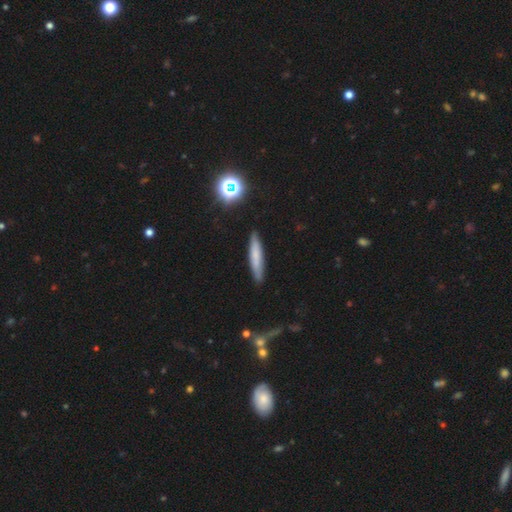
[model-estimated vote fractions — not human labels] smooth 69%, featured or disk 21%, star or artifact 10%. Down the decision tree: how rounded — cigar-shaped (88%); merging — none (87%).